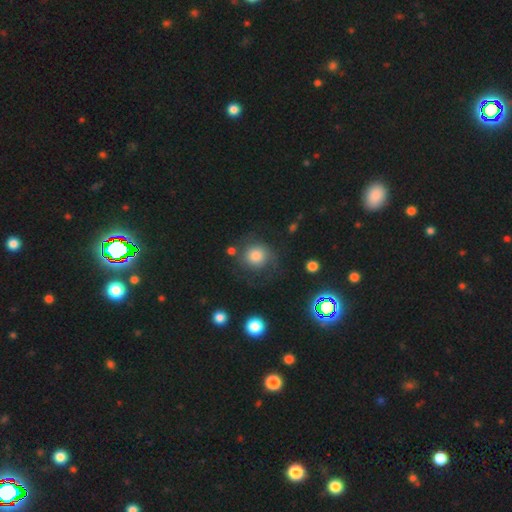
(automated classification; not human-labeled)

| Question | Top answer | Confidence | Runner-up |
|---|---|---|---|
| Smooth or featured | smooth | 68% | featured or disk (21%) |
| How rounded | round | 89% | in between (10%) |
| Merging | none | 65% | minor disturbance (17%) |